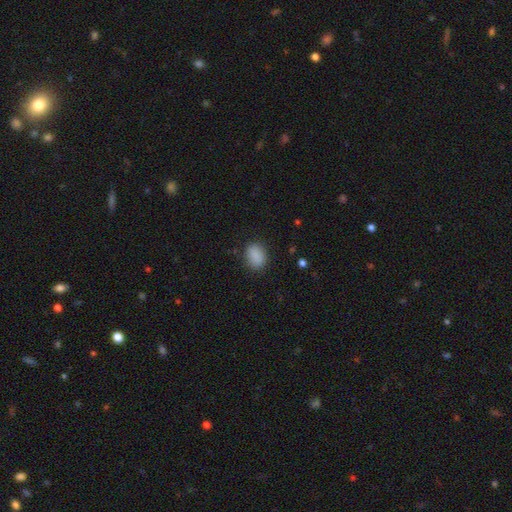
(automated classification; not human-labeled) Smooth or featured: smooth — 88% (star or artifact — 9%)
How rounded: in between — 71% (round — 28%)
Merging: none — 83% (minor disturbance — 12%)